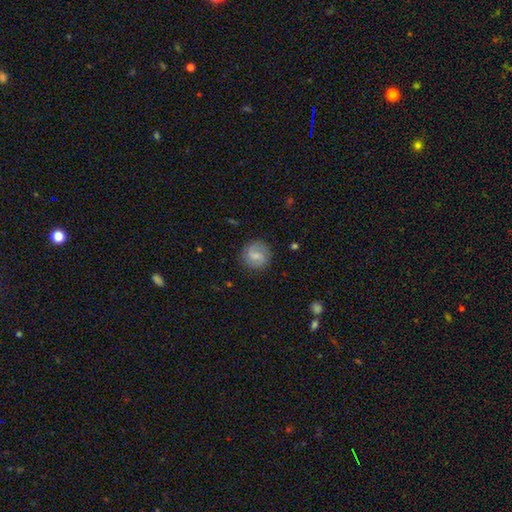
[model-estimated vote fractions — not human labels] Smooth or featured: featured or disk — 49% (smooth — 44%)
Merging: none — 84% (minor disturbance — 11%)